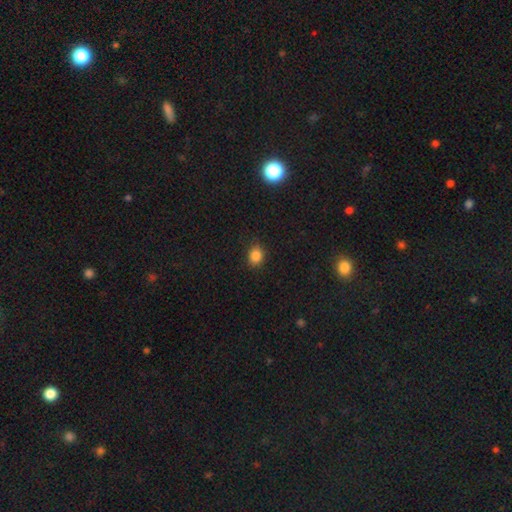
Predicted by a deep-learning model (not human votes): smooth 84%, star or artifact 12%, featured or disk 4%. Down the decision tree: how rounded — round (56%); merging — none (85%).